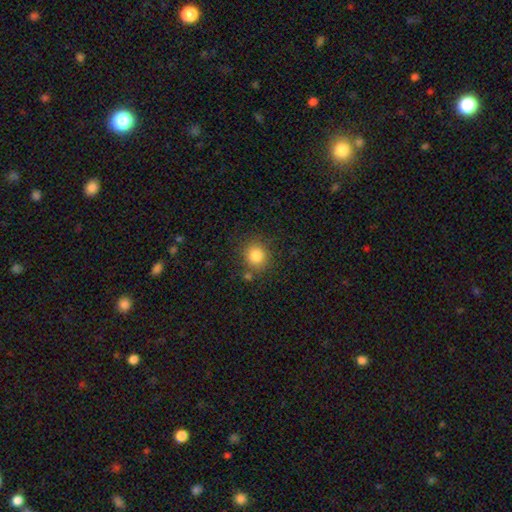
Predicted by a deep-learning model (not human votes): smooth_or_featured: smooth (p=0.83) [alt: star or artifact p=0.11]
how_rounded: round (p=0.89) [alt: in between p=0.11]
merging: none (p=0.81) [alt: minor disturbance p=0.10]